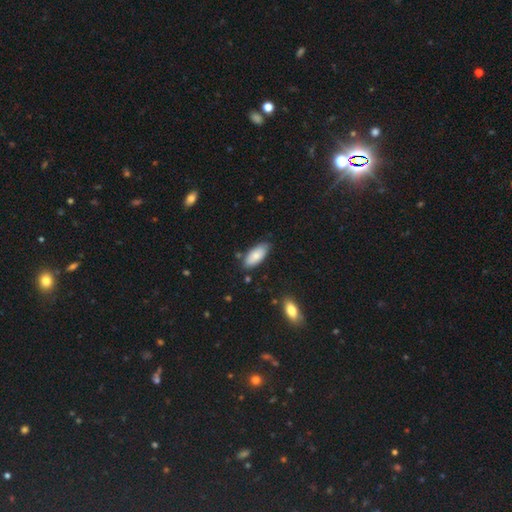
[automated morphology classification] This is clearly a smooth galaxy (83%). How rounded: clearly in between (87%). Merging: likely none (79%).